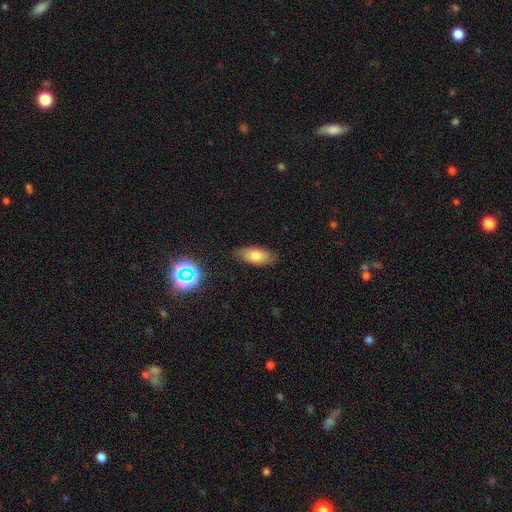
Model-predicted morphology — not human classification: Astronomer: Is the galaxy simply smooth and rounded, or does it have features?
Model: smooth — 73%.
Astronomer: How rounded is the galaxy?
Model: in between — 87%.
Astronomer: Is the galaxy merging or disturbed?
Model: none — 77%.